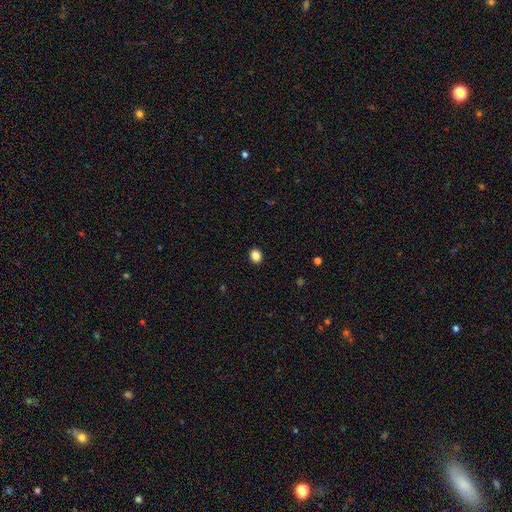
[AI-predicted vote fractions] Q: Smooth or featured?
A: smooth (86%); runner-up: star or artifact (10%)
Q: How rounded?
A: round (62%); runner-up: in between (37%)
Q: Merging?
A: none (92%); runner-up: minor disturbance (6%)